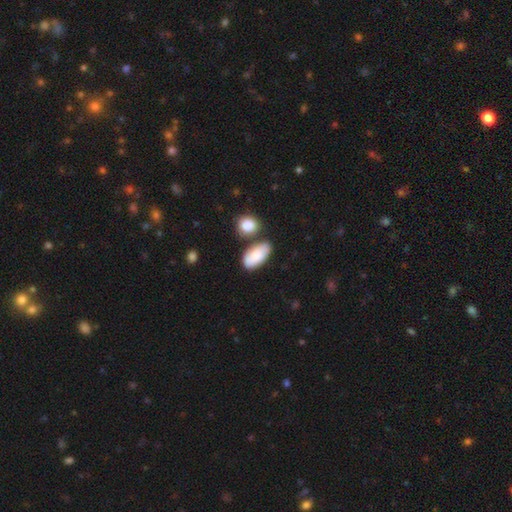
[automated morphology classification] Q: Smooth or featured?
A: smooth (77%); runner-up: featured or disk (17%)
Q: How rounded?
A: in between (93%); runner-up: round (4%)
Q: Merging?
A: none (56%); runner-up: merger (20%)